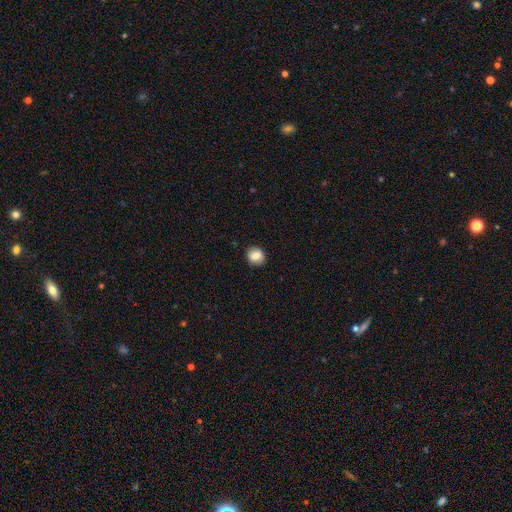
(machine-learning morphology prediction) smooth_or_featured: smooth (p=0.82) [alt: featured or disk p=0.09]
how_rounded: round (p=0.71) [alt: in between p=0.28]
merging: none (p=0.86) [alt: minor disturbance p=0.10]